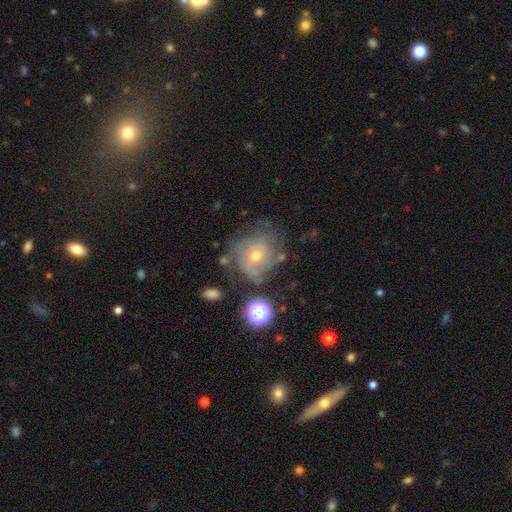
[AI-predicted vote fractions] smooth-or-featured: featured or disk: 69% | smooth: 19% | star or artifact: 12%
  disk-edge-on: no: 97% | yes: 3%
    bar: no: 77% | weak: 20% | strong: 3%
    has-spiral-arms: yes: 83% | no: 17%
      spiral-winding: tight: 58% | medium: 30% | loose: 12%
      spiral-arm-count: can't tell: 49% | 3: 16% | 2: 15% | 4: 8% | 1: 6% | more than 4: 5%
    bulge-size: moderate: 52% | small: 44% | large: 2% | none: 1% | dominant: 1%
  merging: none: 58% | minor disturbance: 22% | major disturbance: 15% | merger: 5%